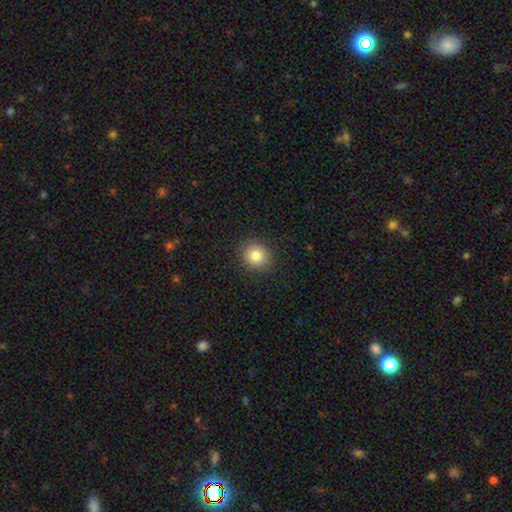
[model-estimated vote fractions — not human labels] A smooth galaxy with no disk features (83%) that is round (86%). Merging: none (90%).